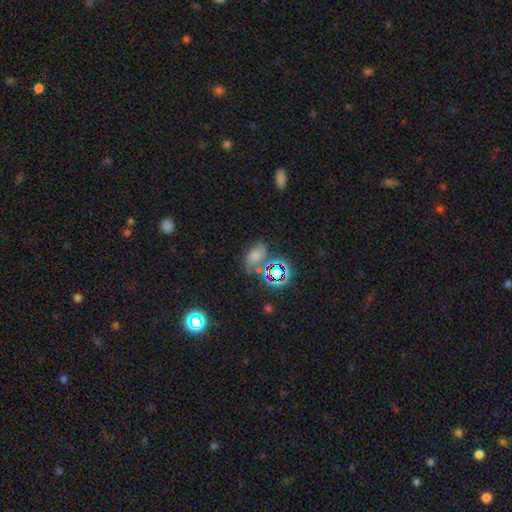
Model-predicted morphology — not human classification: type=smooth (50%); roundness=in between (78%); merging=none (52%).